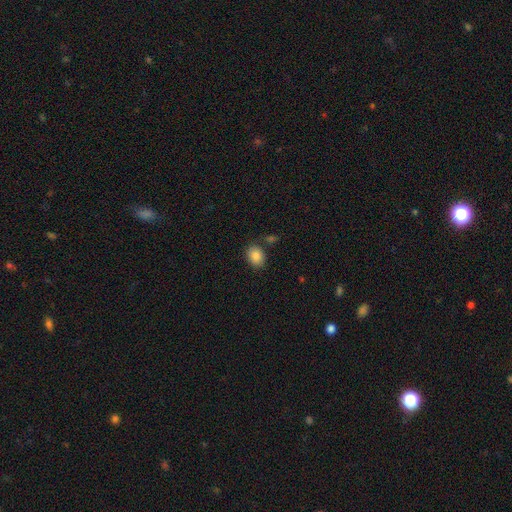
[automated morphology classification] smooth-or-featured: smooth: 85% | star or artifact: 9% | featured or disk: 6%
  how-rounded: in between: 56% | round: 43% | cigar-shaped: 1%
  merging: none: 80% | minor disturbance: 11% | merger: 6% | major disturbance: 3%